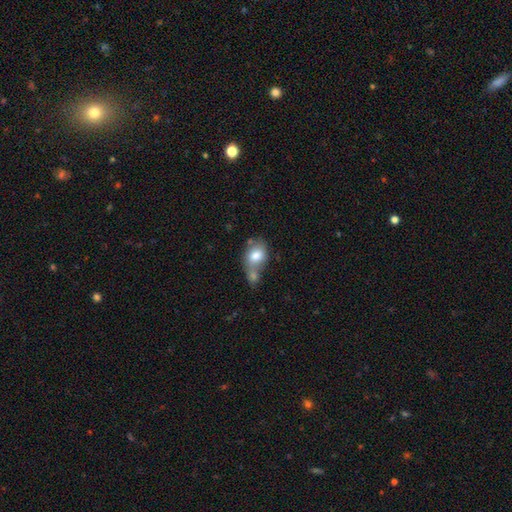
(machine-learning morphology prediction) This appears to be a smooth galaxy with no disk features (77%) that is in between round and cigar-shaped (66%). Merging: merger (51%).